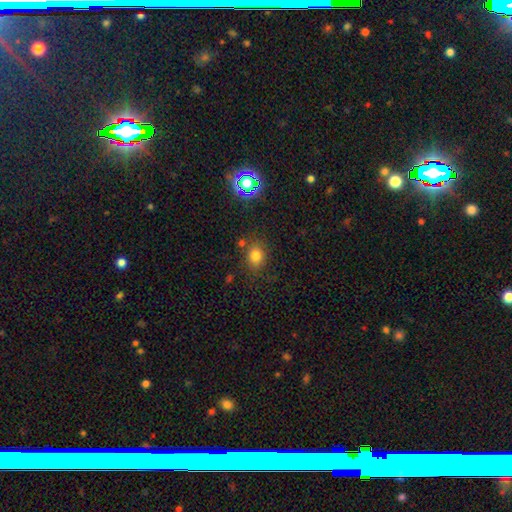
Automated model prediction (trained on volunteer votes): Smooth or featured? Predicted: smooth (p=0.76). How rounded? Predicted: round (p=0.57). Merging? Predicted: none (p=0.76).